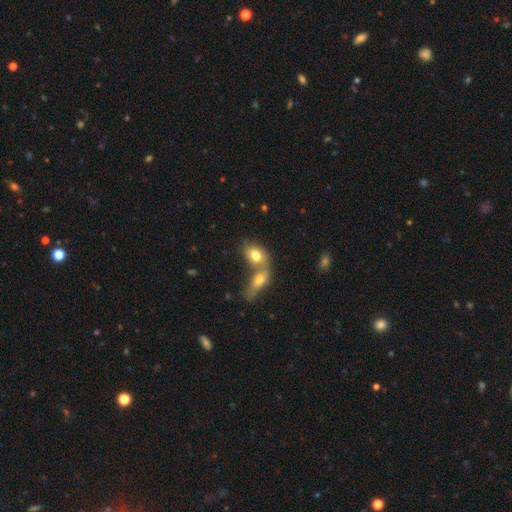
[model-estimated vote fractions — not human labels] This appears to be a smooth galaxy with no disk features (76%) that is in between round and cigar-shaped (86%). Merging: merger (64%).